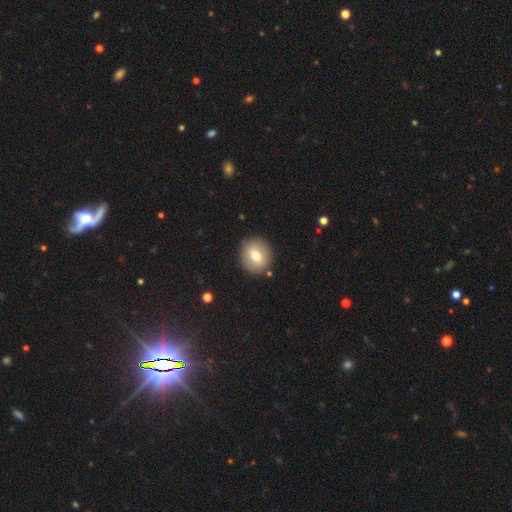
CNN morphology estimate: smooth_or_featured: smooth (p=0.70) [alt: featured or disk p=0.21]
how_rounded: round (p=0.83) [alt: in between p=0.16]
merging: none (p=0.88) [alt: minor disturbance p=0.08]